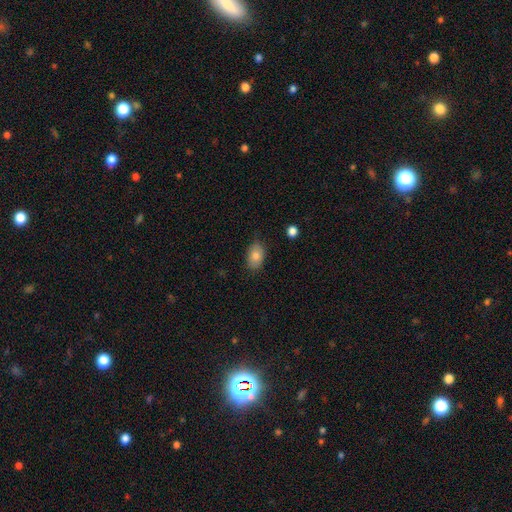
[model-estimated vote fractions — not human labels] This is clearly a smooth galaxy (81%). How rounded: clearly in between (87%). Merging: clearly none (82%).